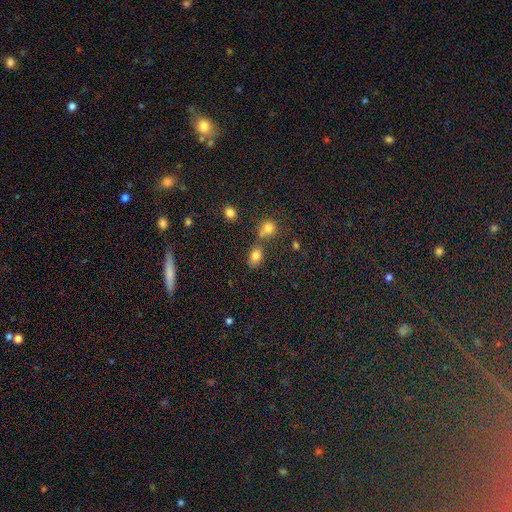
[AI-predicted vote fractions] Q: Smooth or featured?
A: smooth (79%); runner-up: star or artifact (13%)
Q: How rounded?
A: in between (74%); runner-up: round (24%)
Q: Merging?
A: none (61%); runner-up: merger (21%)